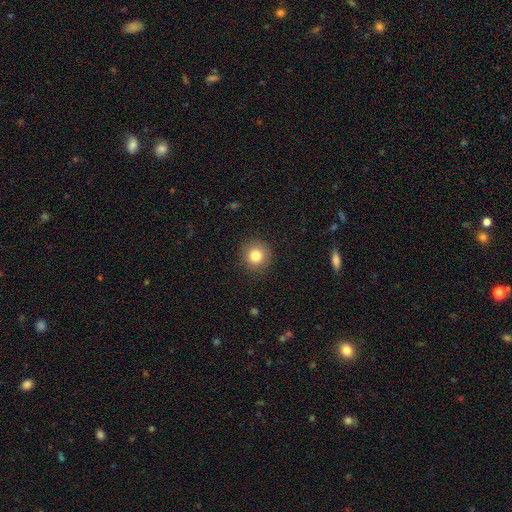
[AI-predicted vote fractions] Morphology: type=smooth (82%); roundness=round (93%); merging=none (90%).